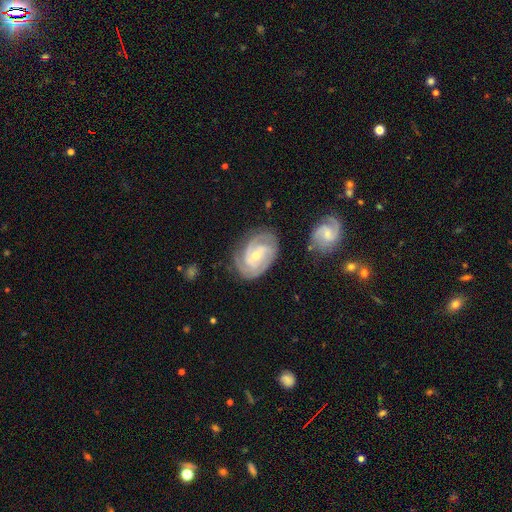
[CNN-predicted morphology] smooth-or-featured: featured or disk: 90% | smooth: 6% | star or artifact: 4%
  disk-edge-on: no: 97% | yes: 3%
    bar: weak: 47% | no: 31% | strong: 23%
    has-spiral-arms: yes: 98% | no: 2%
      spiral-winding: tight: 66% | medium: 29% | loose: 4%
      spiral-arm-count: 3: 44% | 2: 25% | can't tell: 11% | 4: 11% | 1: 4% | more than 4: 4%
    bulge-size: small: 53% | moderate: 45% | large: 1% | none: 1% | dominant: 1%
  merging: none: 75% | minor disturbance: 17% | major disturbance: 5% | merger: 3%